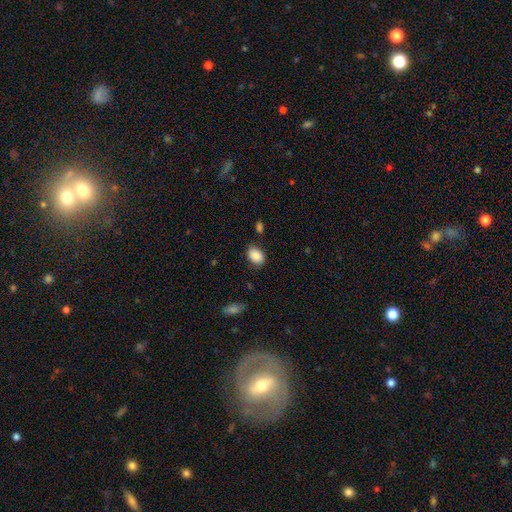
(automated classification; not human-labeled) This is clearly a smooth galaxy (87%). How rounded: likely in between (76%). Merging: likely none (79%).